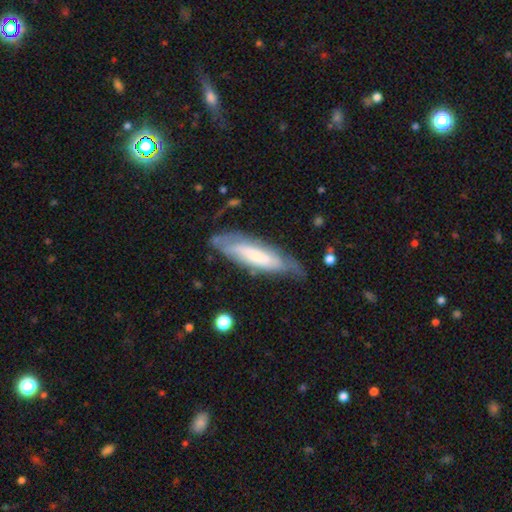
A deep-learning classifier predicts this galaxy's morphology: type=featured or disk (50%); edge-on=no (58%); merging=none (64%).